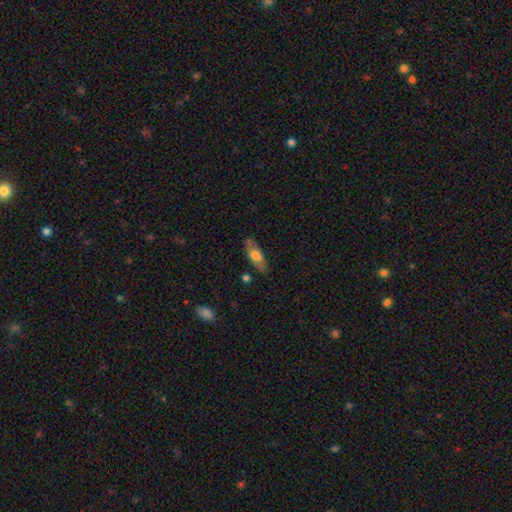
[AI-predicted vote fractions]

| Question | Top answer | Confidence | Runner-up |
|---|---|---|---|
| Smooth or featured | smooth | 59% | featured or disk (35%) |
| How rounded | in between | 74% | cigar-shaped (23%) |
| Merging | none | 80% | minor disturbance (15%) |